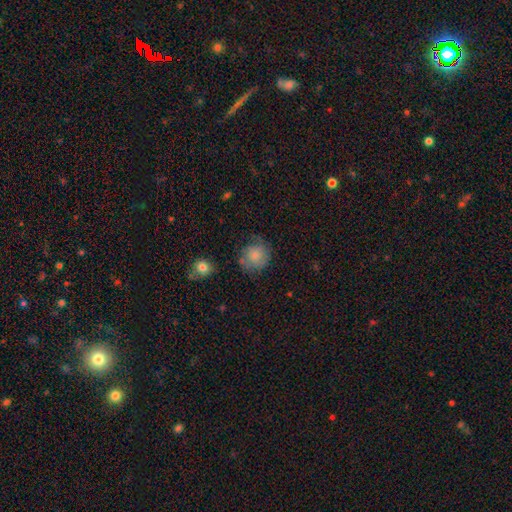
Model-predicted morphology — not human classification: smooth_or_featured: smooth (p=0.76) [alt: featured or disk p=0.16]
how_rounded: round (p=0.86) [alt: in between p=0.13]
merging: none (p=0.63) [alt: minor disturbance p=0.24]